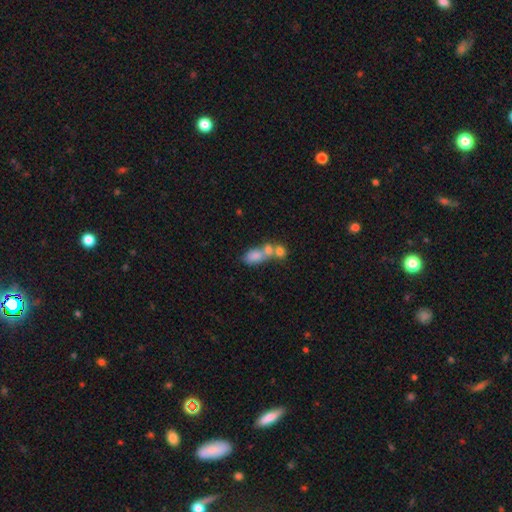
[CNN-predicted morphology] smooth 72%, featured or disk 17%, star or artifact 10%. Down the decision tree: how rounded — in between (79%); merging — merger (59%).